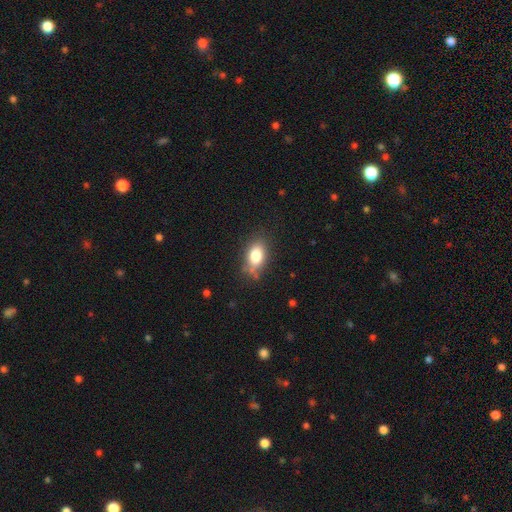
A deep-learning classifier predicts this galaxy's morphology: A smooth galaxy with no disk features (80%) that is in between round and cigar-shaped (84%). Merging: none (70%).